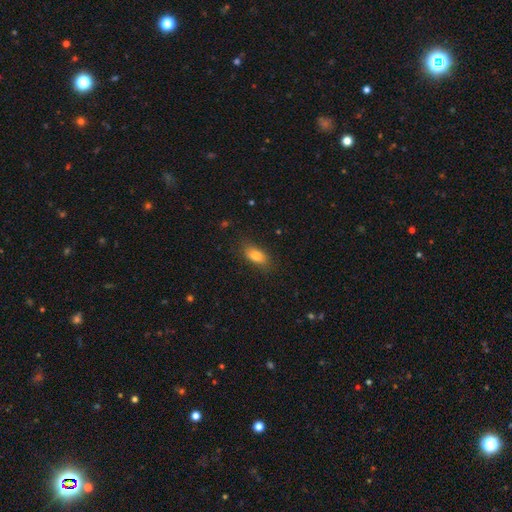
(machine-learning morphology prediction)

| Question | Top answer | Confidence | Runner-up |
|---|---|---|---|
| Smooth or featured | smooth | 83% | star or artifact (9%) |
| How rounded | in between | 85% | cigar-shaped (9%) |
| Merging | none | 78% | minor disturbance (16%) |